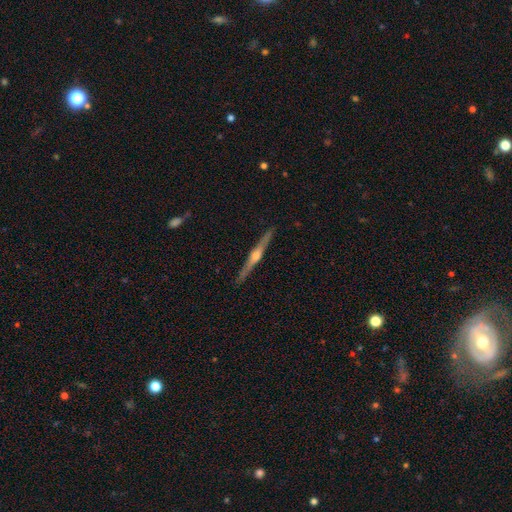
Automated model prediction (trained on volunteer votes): Smooth or featured: featured or disk — 77% (smooth — 18%)
Edge-on disk: yes — 98% (no — 2%)
Edge-on bulge: rounded — 91% (none — 5%)
Merging: none — 91% (minor disturbance — 6%)